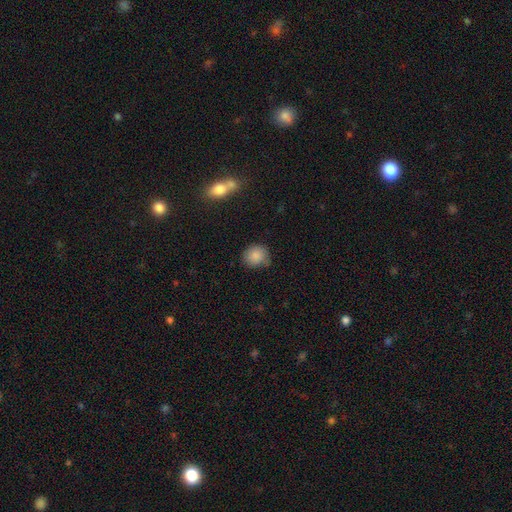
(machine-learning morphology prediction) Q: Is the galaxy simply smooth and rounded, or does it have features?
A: smooth — 85%.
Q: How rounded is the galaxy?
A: round — 79%.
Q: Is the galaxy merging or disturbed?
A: none — 70%.